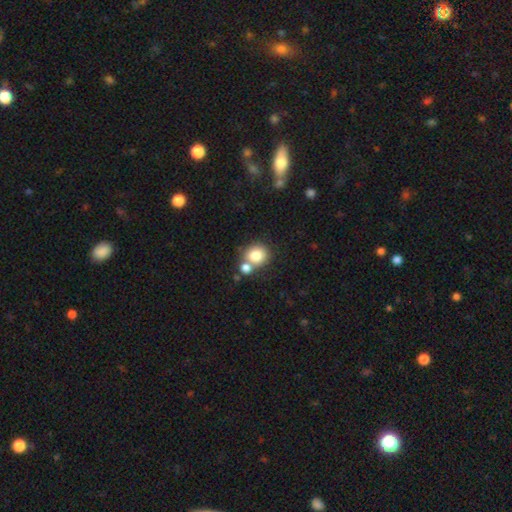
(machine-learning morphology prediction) Smooth or featured: smooth — 81% (star or artifact — 10%)
How rounded: round — 81% (in between — 18%)
Merging: none — 51% (merger — 36%)